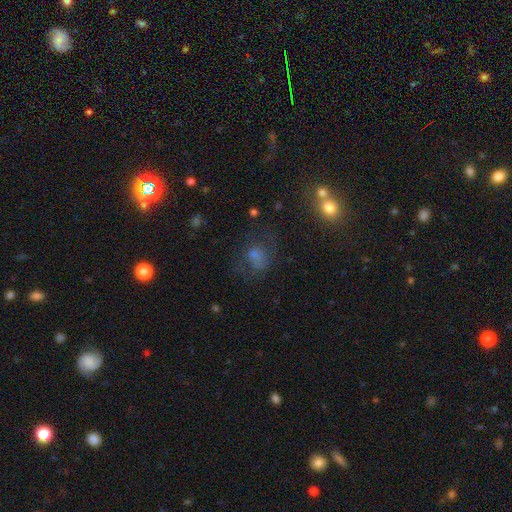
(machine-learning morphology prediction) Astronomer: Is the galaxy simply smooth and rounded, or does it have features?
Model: smooth — 44% (runner-up: star or artifact, 32%).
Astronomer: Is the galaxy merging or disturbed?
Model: none — 55%.